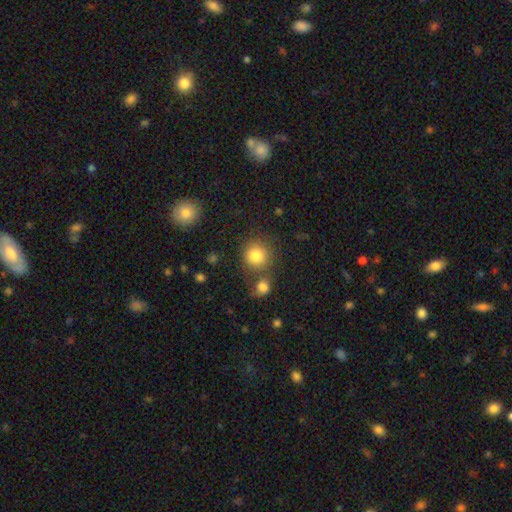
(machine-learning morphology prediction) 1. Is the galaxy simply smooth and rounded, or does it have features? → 83% smooth, 10% star or artifact, 7% featured or disk.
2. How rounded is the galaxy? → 90% round, 9% in between, 1% cigar-shaped.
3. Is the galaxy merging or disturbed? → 70% none, 17% merger, 9% minor disturbance, 4% major disturbance.